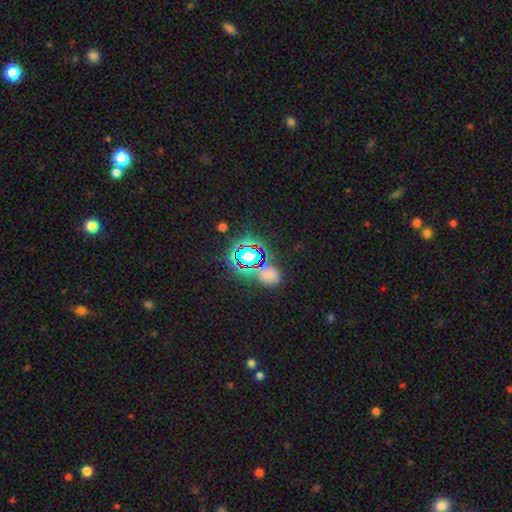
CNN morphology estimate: smooth-or-featured: star or artifact: 75% | smooth: 17% | featured or disk: 9%